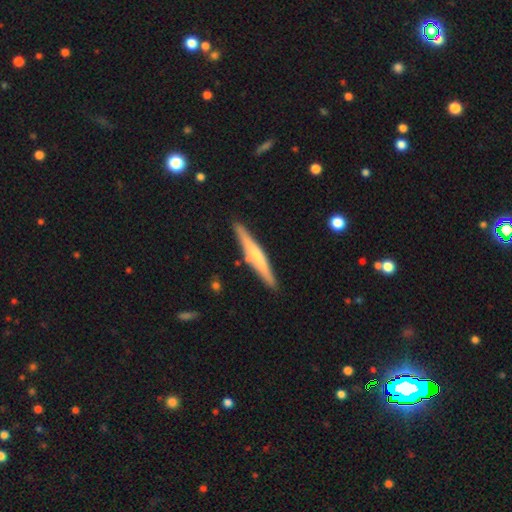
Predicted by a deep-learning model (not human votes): Q: Smooth or featured?
A: featured or disk (55%); runner-up: smooth (39%)
Q: Edge-on disk?
A: yes (96%); runner-up: no (4%)
Q: Edge-on bulge?
A: rounded (67%); runner-up: none (24%)
Q: Merging?
A: none (87%); runner-up: minor disturbance (8%)